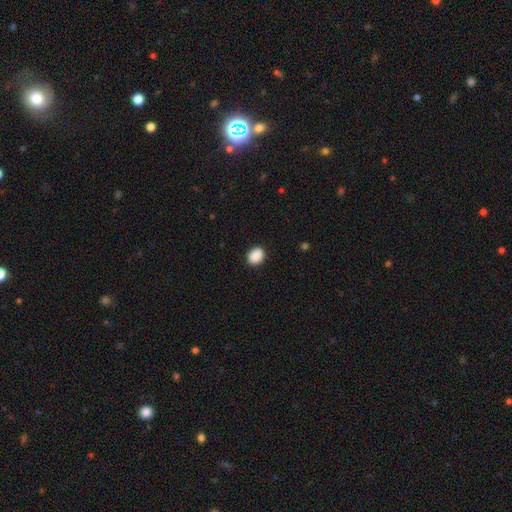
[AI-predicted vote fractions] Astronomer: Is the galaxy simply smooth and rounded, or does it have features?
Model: smooth — 90%.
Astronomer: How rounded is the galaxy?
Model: round — 51% (runner-up: in between, 48%).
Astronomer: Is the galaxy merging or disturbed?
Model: none — 89%.